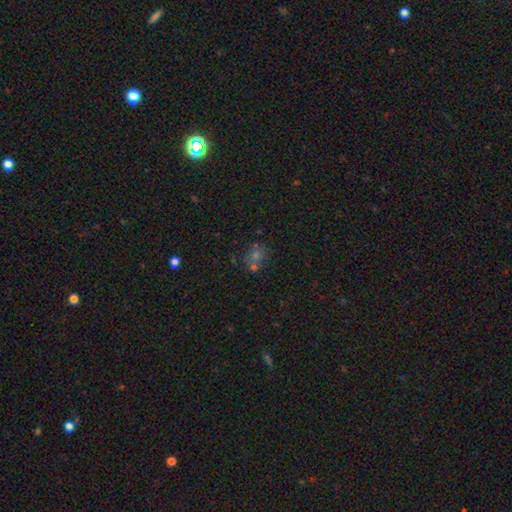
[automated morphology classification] smooth 46%, star or artifact 35%, featured or disk 18%. Down the decision tree: merging — none (58%).